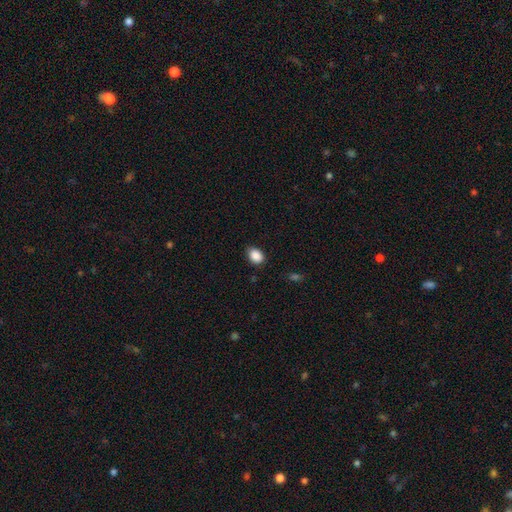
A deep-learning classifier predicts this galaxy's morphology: This is clearly a smooth galaxy (89%). How rounded: likely in between (68%). Merging: clearly none (83%).